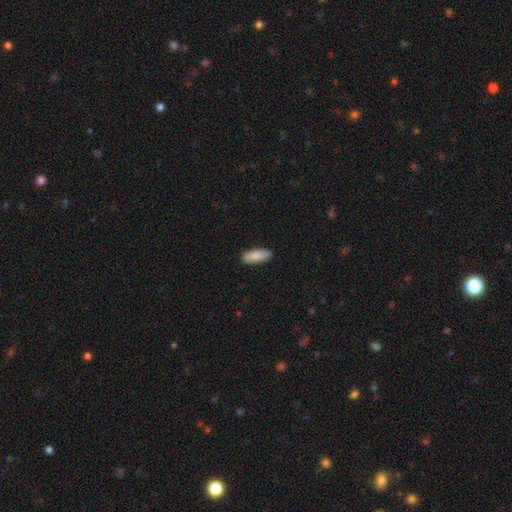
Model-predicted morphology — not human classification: The model was most divided on "how rounded": in between: 69%, cigar-shaped: 30%, round: 2%. More confident: smooth or featured — smooth (88%); merging — none (87%).